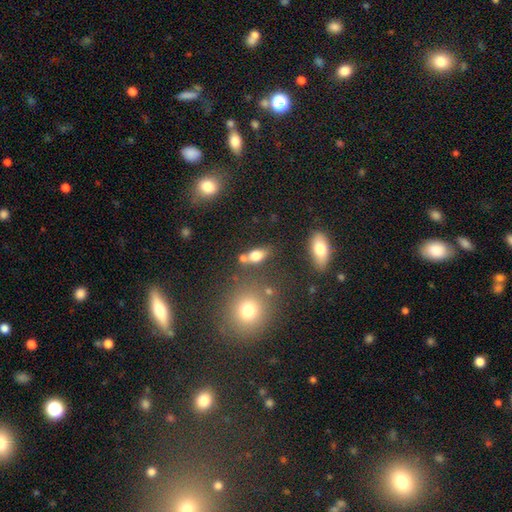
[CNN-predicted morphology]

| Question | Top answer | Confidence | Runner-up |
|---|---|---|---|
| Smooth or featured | smooth | 73% | featured or disk (15%) |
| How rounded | in between | 75% | round (17%) |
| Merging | none | 59% | merger (21%) |